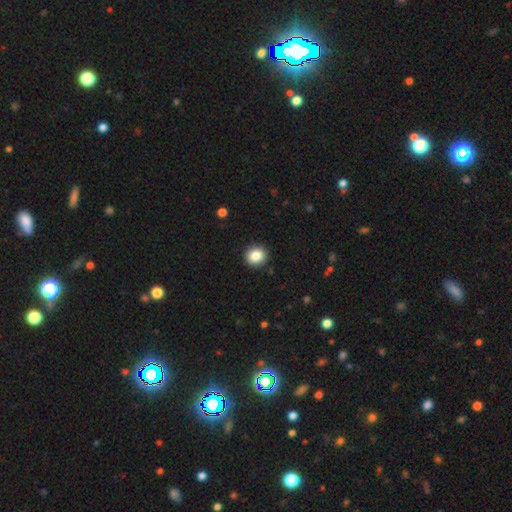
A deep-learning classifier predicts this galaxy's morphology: smooth-or-featured: smooth: 85% | star or artifact: 9% | featured or disk: 5%
  how-rounded: round: 86% | in between: 13% | cigar-shaped: 1%
  merging: none: 91% | minor disturbance: 6% | major disturbance: 2% | merger: 1%